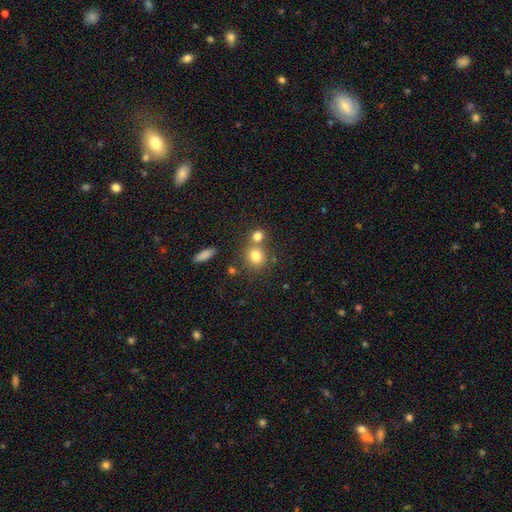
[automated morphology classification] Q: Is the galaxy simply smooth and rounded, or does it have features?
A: smooth — 79%.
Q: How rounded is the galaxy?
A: round — 78%.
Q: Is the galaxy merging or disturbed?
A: none — 57%.